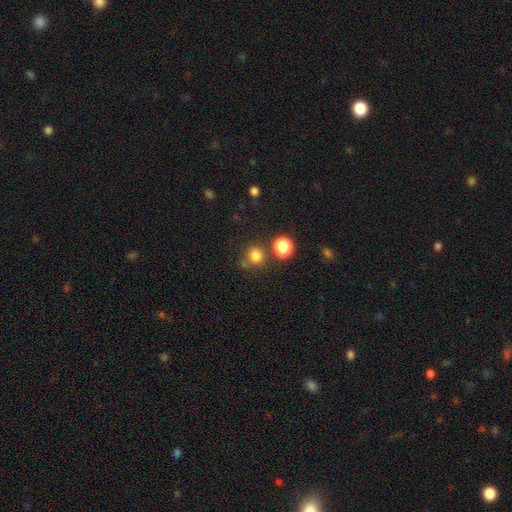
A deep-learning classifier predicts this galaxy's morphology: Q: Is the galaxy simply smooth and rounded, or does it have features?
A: smooth — 79%.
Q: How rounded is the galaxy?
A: round — 88%.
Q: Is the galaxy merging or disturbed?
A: none — 70%.